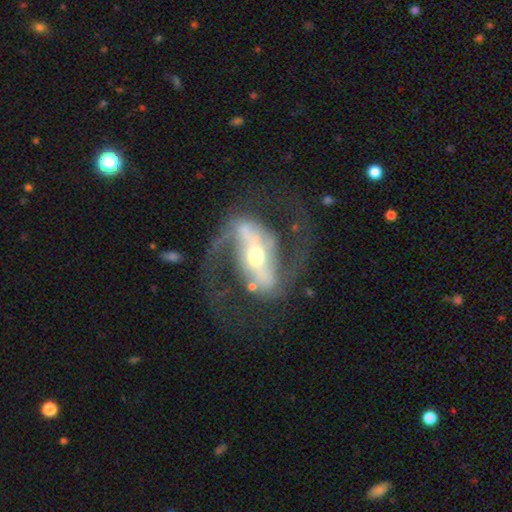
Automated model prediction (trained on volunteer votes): This is clearly a featured or disk galaxy (90%). It is clearly not viewed edge-on (94%). Bar: likely strong (69%). Spiral arm pattern: clearly yes (94%). Spiral arm count: clearly 2 (92%). Spiral winding: possibly medium (50%). Central bulge: possibly moderate (55%). Merging: likely none (70%).